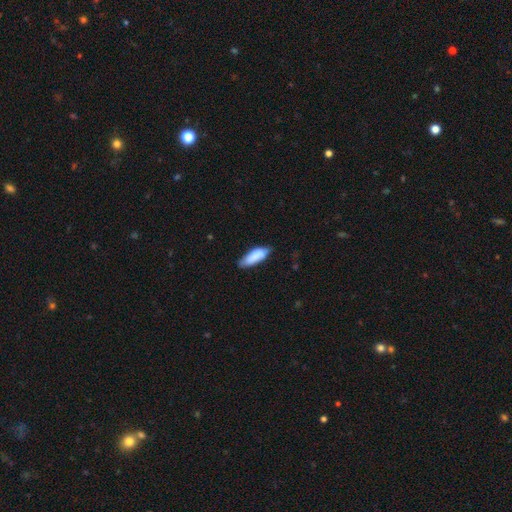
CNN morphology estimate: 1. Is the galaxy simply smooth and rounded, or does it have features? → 85% smooth, 9% featured or disk, 6% star or artifact.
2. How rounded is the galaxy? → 68% in between, 31% cigar-shaped, 2% round.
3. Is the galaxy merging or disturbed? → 69% none, 26% minor disturbance, 4% major disturbance, 2% merger.